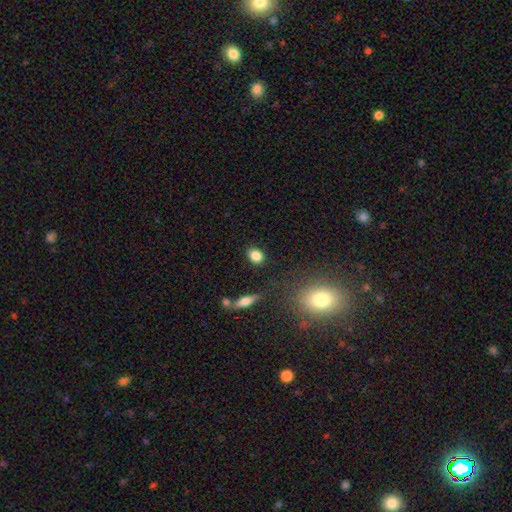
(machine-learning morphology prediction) This appears to be a smooth galaxy with no disk features (84%) that is in between round and cigar-shaped (56%). Merging: none (85%).